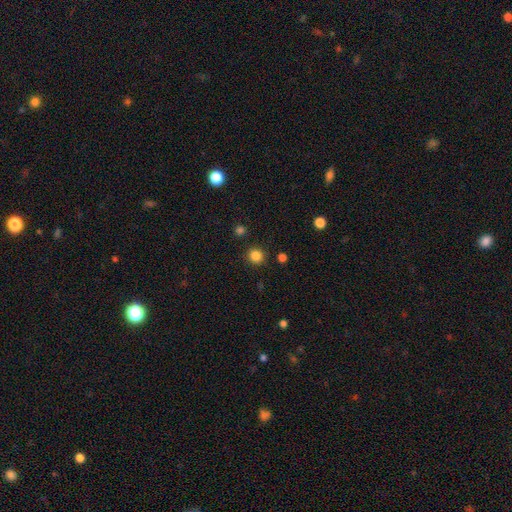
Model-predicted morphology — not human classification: Smooth or featured? Predicted: smooth (p=0.84). How rounded? Predicted: round (p=0.92). Merging? Predicted: none (p=0.90).